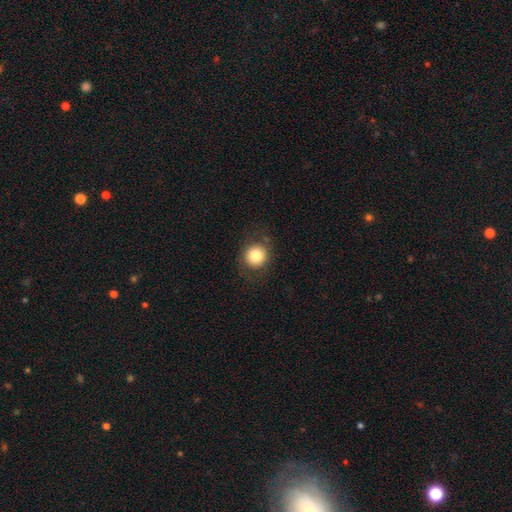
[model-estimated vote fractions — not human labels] Smooth or featured?
  - smooth: 81% *
  - star or artifact: 10%
  - featured or disk: 9%
How rounded?
  - round: 90% *
  - in between: 9%
  - cigar-shaped: 1%
Merging?
  - none: 84% *
  - minor disturbance: 10%
  - major disturbance: 4%
  - merger: 1%